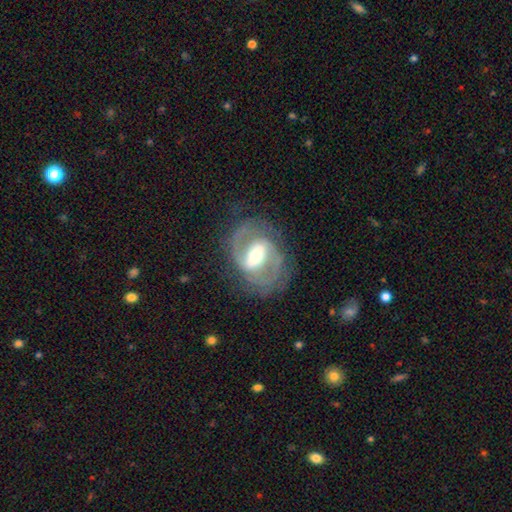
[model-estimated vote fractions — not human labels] A featured or disk galaxy (85%) with a weak bar (41%, tied with strong), 2 (85%) medium (50%) spiral arms (91%) and a moderate central bulge (64%). Merging: none (73%).